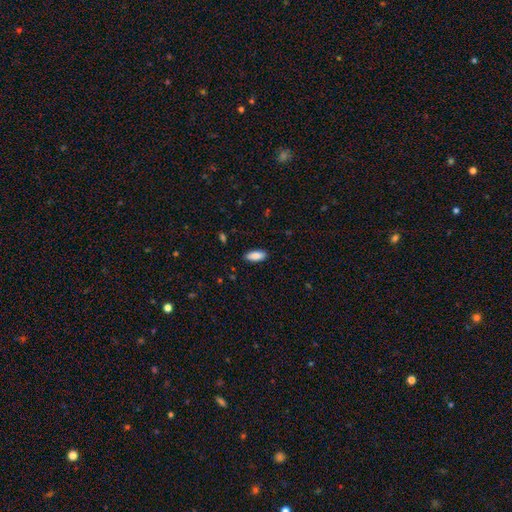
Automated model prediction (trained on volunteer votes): smooth 87%, featured or disk 7%, star or artifact 6%. Down the decision tree: how rounded — in between (83%); merging — none (88%).